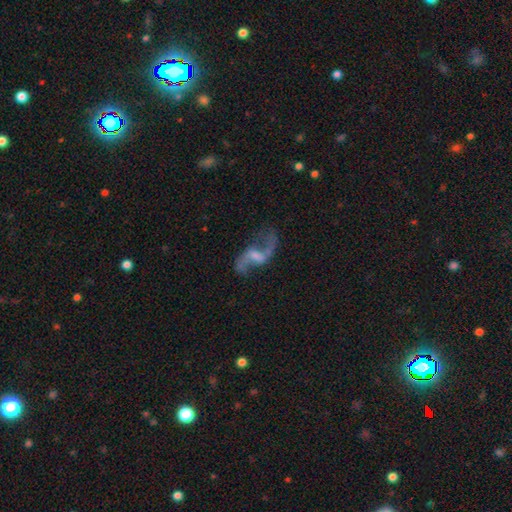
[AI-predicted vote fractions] A featured or disk galaxy (86%) with a weak bar (52%), 2 (92%) loose (85%) spiral arms (93%) and a small central bulge (37%).

Vote fractions:
- Smooth or featured? featured or disk: 86% / star or artifact: 7% / smooth: 7%
- Edge-on disk? no: 96% / yes: 4%
- Bar? weak: 52% / no: 26% / strong: 22%
- Spiral arms? yes: 93% / no: 7%
- Spiral winding? loose: 85% / medium: 13% / tight: 3%
- Spiral arm count? 2: 92% / 1: 3% / can't tell: 2% / 3: 1% / 4: 1% / more than 4: 1%
- Bulge size? small: 37% / none: 31% / moderate: 26% / large: 4% / dominant: 1%
- Merging? none: 68% / minor disturbance: 14% / major disturbance: 13% / merger: 4%